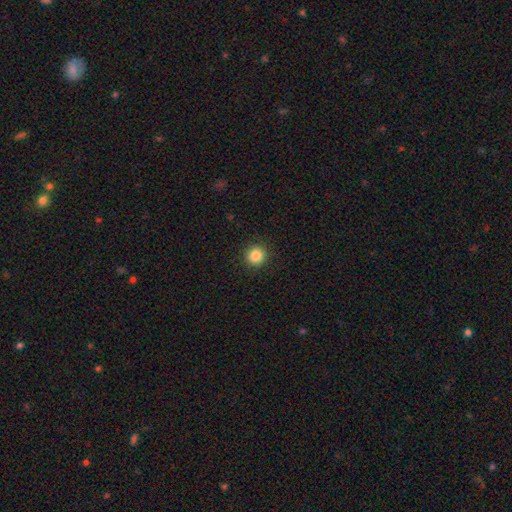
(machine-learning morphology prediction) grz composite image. It shows a smooth galaxy with no disk features (86%) that is round (94%). Merging: none (92%).